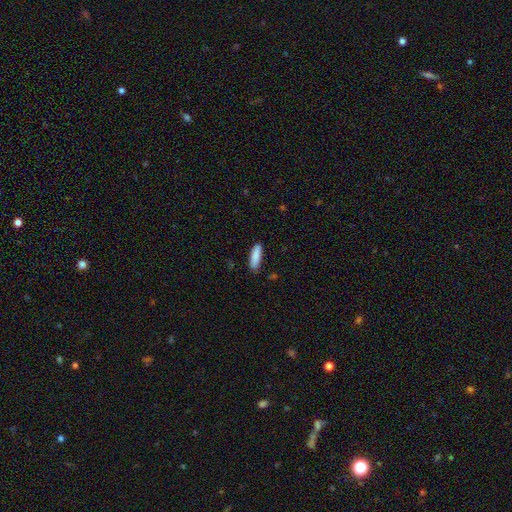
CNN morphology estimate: type=smooth (89%); roundness=cigar-shaped (59%); merging=none (85%).